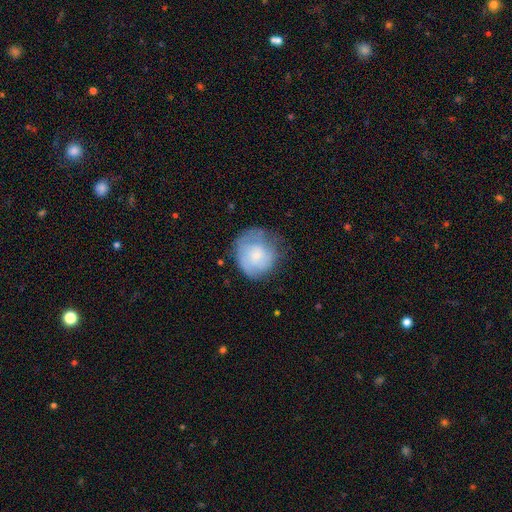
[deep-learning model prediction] This appears to be a smooth galaxy with no disk features (58%) that is round (85%). Merging: none (53%).